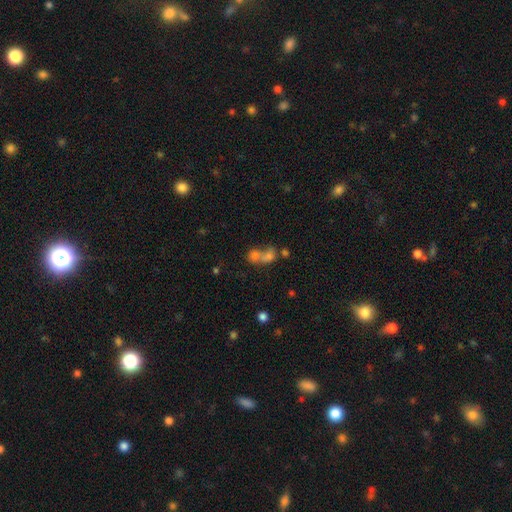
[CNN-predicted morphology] This is likely a smooth galaxy (66%). How rounded: possibly round (56%). Merging: likely merger (66%).